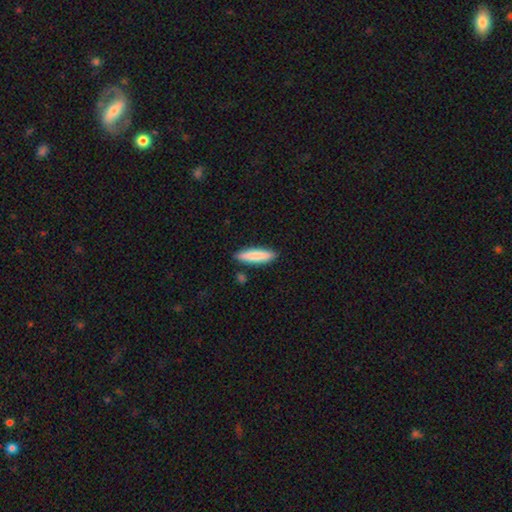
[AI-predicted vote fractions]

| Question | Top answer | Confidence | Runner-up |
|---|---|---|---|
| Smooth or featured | smooth | 83% | featured or disk (11%) |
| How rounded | cigar-shaped | 76% | in between (23%) |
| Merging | none | 86% | minor disturbance (9%) |